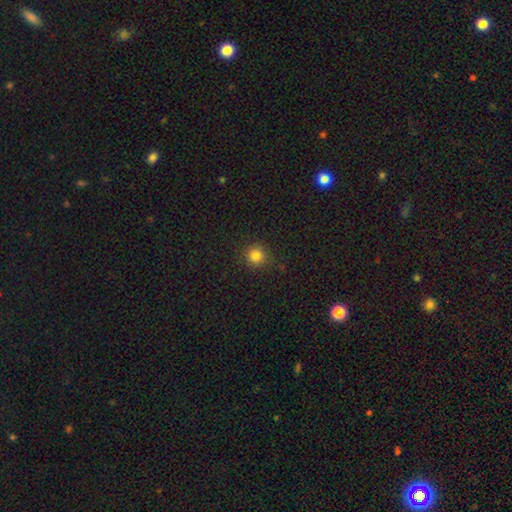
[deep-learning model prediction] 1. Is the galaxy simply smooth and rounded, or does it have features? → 82% smooth, 14% star or artifact, 5% featured or disk.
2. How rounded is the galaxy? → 94% round, 5% in between, 1% cigar-shaped.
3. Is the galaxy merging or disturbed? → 89% none, 7% minor disturbance, 2% major disturbance, 1% merger.